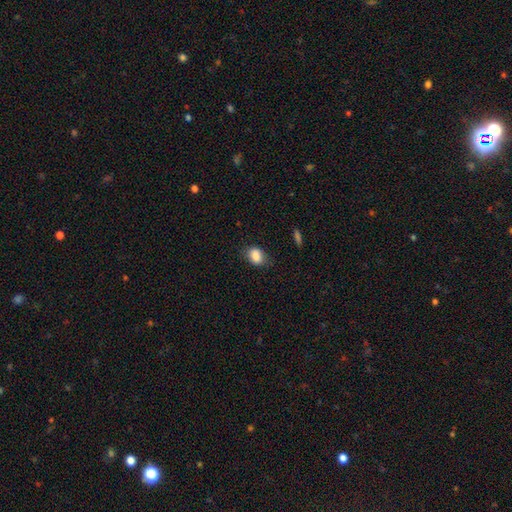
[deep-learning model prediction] The model was most divided on "how rounded": in between: 72%, round: 27%, cigar-shaped: 1%. More confident: smooth or featured — smooth (86%); merging — none (74%).